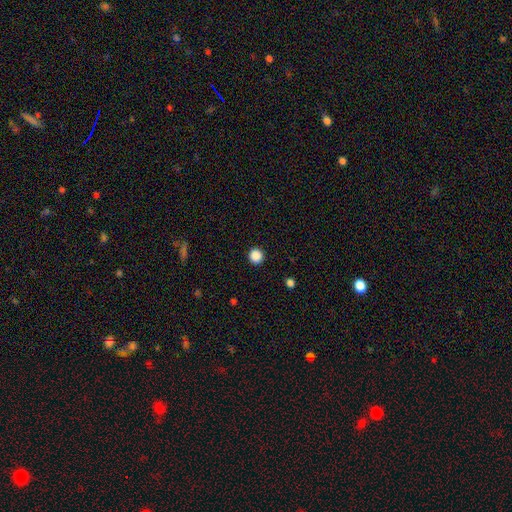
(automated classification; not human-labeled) A smooth galaxy with no disk features (88%) that is round (95%).

Vote fractions:
- Smooth or featured? smooth: 88% / star or artifact: 10% / featured or disk: 2%
- How rounded? round: 95% / in between: 4% / cigar-shaped: 1%
- Merging? none: 93% / minor disturbance: 4% / major disturbance: 2% / merger: 1%